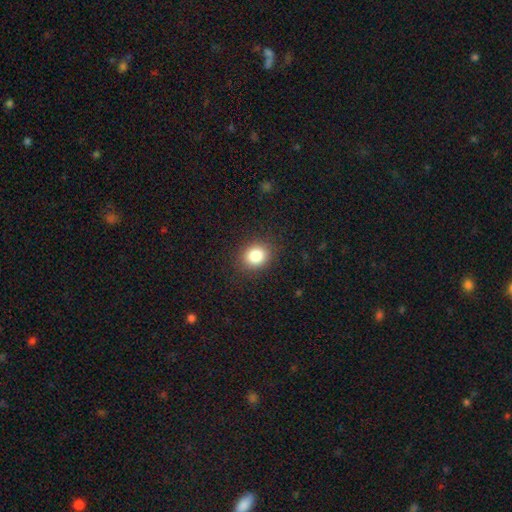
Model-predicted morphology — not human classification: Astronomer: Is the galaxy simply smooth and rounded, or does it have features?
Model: smooth — 84%.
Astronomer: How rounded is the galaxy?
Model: round — 65%.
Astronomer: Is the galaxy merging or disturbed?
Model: none — 88%.